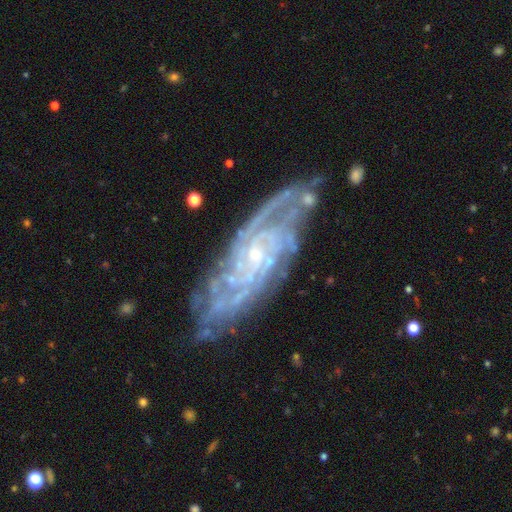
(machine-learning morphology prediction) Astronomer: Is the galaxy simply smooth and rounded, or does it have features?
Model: featured or disk — 90%.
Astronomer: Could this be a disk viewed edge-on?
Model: no — 92%.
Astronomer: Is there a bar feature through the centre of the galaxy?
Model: no — 66%.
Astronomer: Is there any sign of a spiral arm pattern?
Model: yes — 98%.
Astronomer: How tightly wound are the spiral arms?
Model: tight — 71%.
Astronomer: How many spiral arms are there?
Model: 4 — 23%, tied with can't tell at 23%.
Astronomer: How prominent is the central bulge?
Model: small — 80%.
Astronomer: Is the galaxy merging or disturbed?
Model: none — 74%.